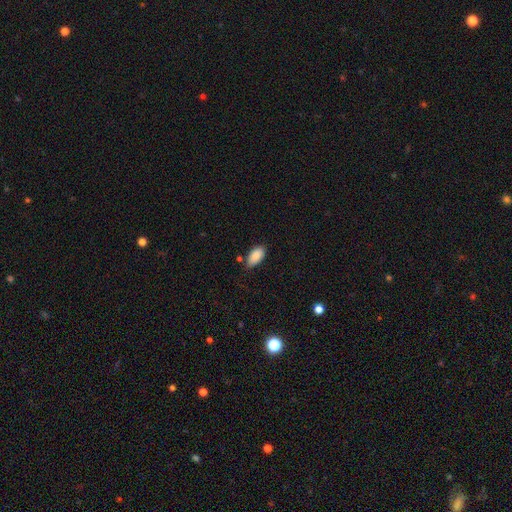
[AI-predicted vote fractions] A smooth galaxy with no disk features (87%) that is in between round and cigar-shaped (94%). Merging: none (75%).